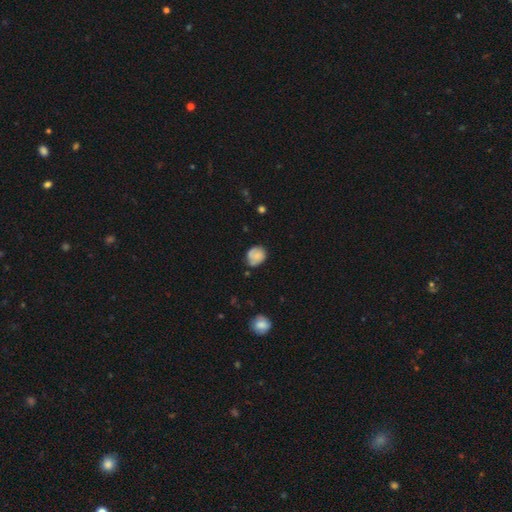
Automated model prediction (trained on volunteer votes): The model was most divided on "how rounded": round: 62%, in between: 37%, cigar-shaped: 1%. More confident: smooth or featured — smooth (65%); merging — none (60%).